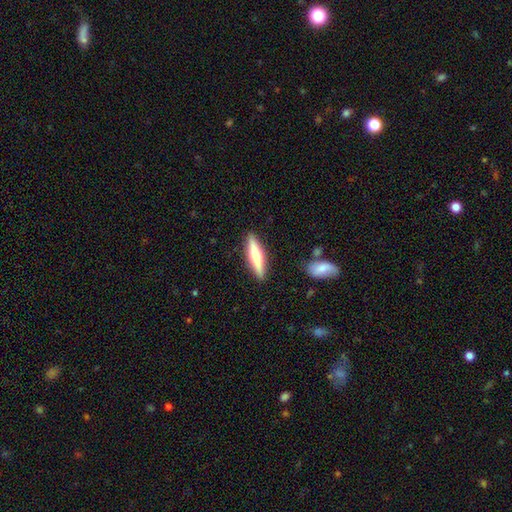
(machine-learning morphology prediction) This appears to be a smooth galaxy with no disk features (52%) that is cigar-shaped (82%). Merging: none (88%).